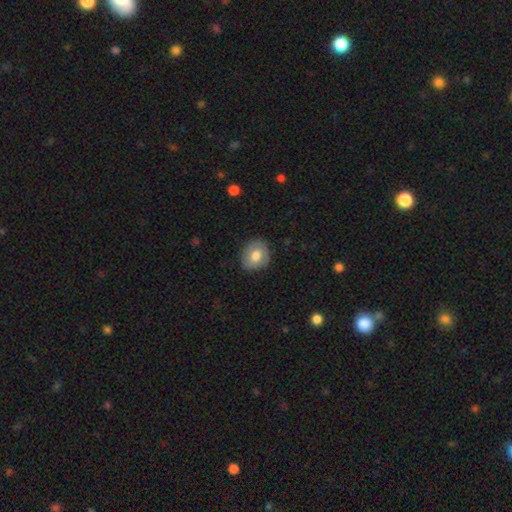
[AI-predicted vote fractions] Smooth or featured? Predicted: smooth (p=0.72). How rounded? Predicted: round (p=0.59). Merging? Predicted: none (p=0.81).